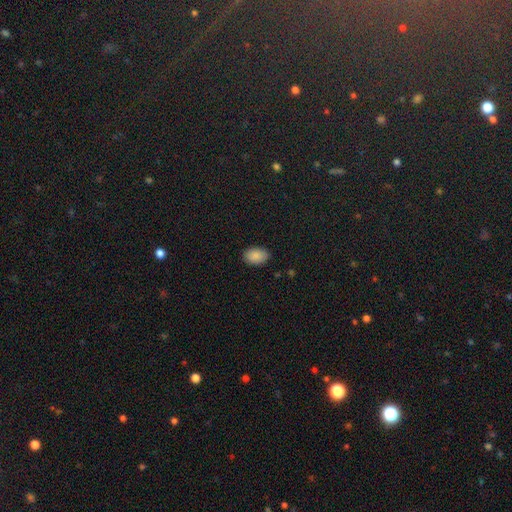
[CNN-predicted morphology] Q: Smooth or featured?
A: smooth (89%); runner-up: star or artifact (7%)
Q: How rounded?
A: in between (88%); runner-up: round (11%)
Q: Merging?
A: none (88%); runner-up: minor disturbance (9%)